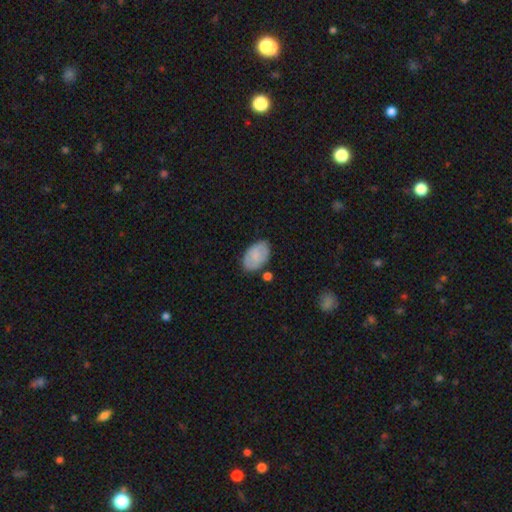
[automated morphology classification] Smooth or featured? smooth (74%)
How rounded? in between (92%)
Merging? none (75%)